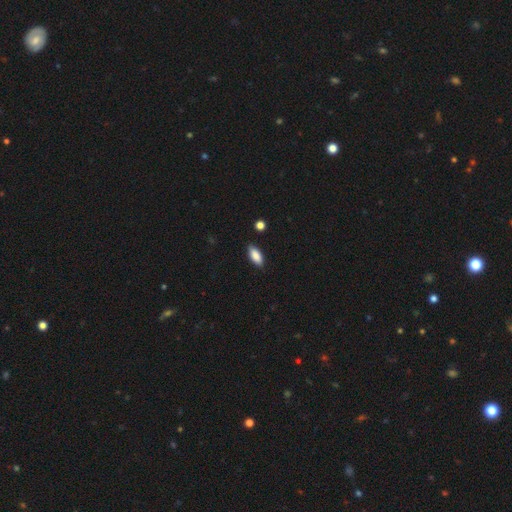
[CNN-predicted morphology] Smooth or featured? Predicted: smooth (p=0.87). How rounded? Predicted: in between (p=0.85). Merging? Predicted: none (p=0.85).